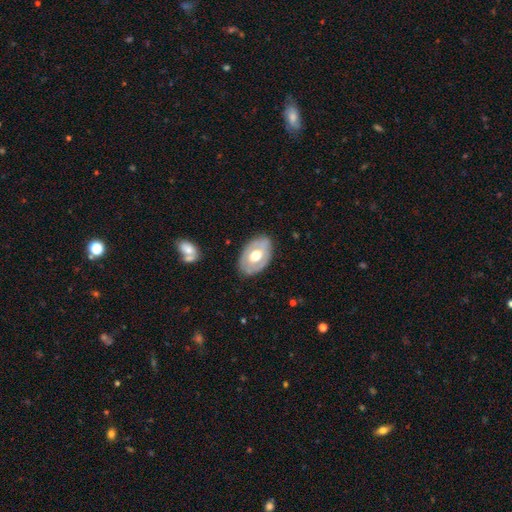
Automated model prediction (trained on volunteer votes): The model was most divided on "smooth or featured": featured or disk: 54%, smooth: 41%, star or artifact: 5%. More confident: edge-on disk — no (91%); merging — none (79%).